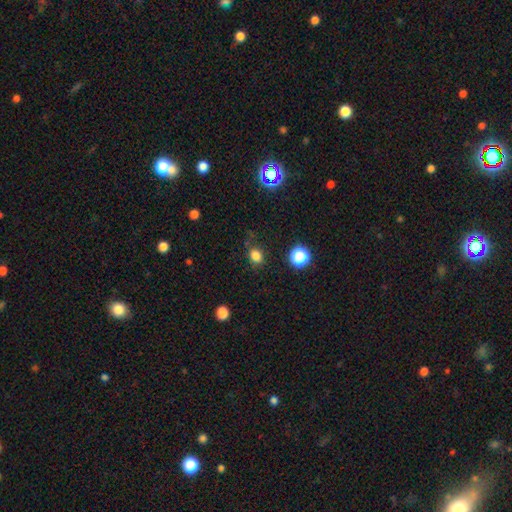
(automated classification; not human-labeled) Smooth or featured?
  - smooth: 80% *
  - star or artifact: 15%
  - featured or disk: 5%
How rounded?
  - round: 52% *
  - in between: 47%
  - cigar-shaped: 1%
Merging?
  - none: 77% *
  - minor disturbance: 16%
  - major disturbance: 5%
  - merger: 2%